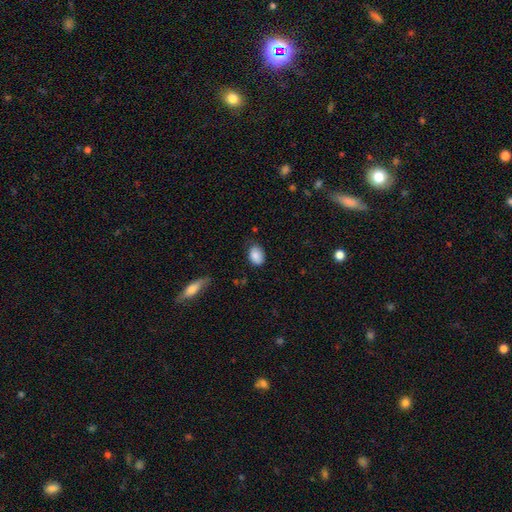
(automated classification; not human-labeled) smooth_or_featured: smooth (p=0.86) [alt: star or artifact p=0.08]
how_rounded: in between (p=0.80) [alt: round p=0.19]
merging: none (p=0.68) [alt: minor disturbance p=0.26]